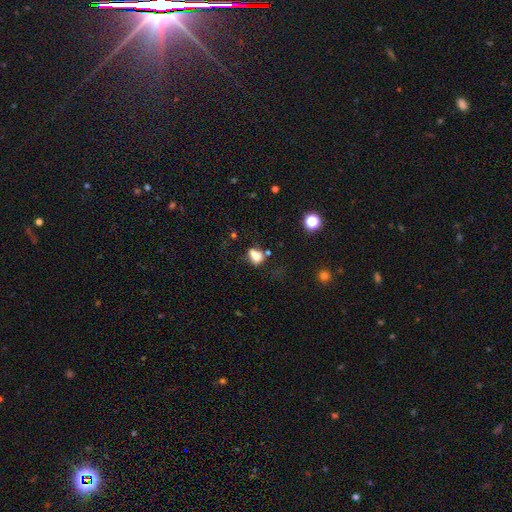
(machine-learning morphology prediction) Smooth or featured? smooth (70%)
How rounded? in between (72%)
Merging? none (40%)